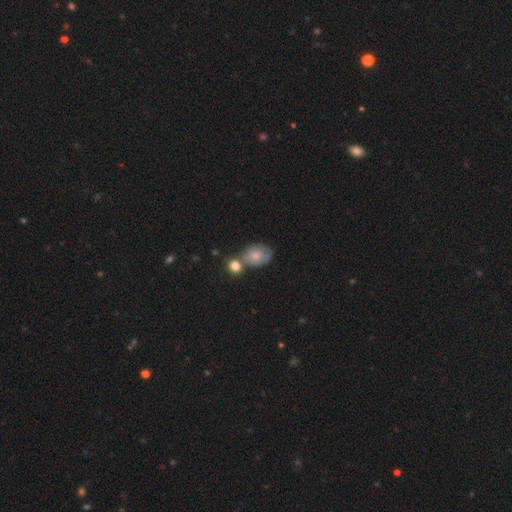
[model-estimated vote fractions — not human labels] Smooth or featured: smooth — 63% (featured or disk — 28%)
How rounded: in between — 68% (round — 31%)
Merging: none — 40% (merger — 31%)